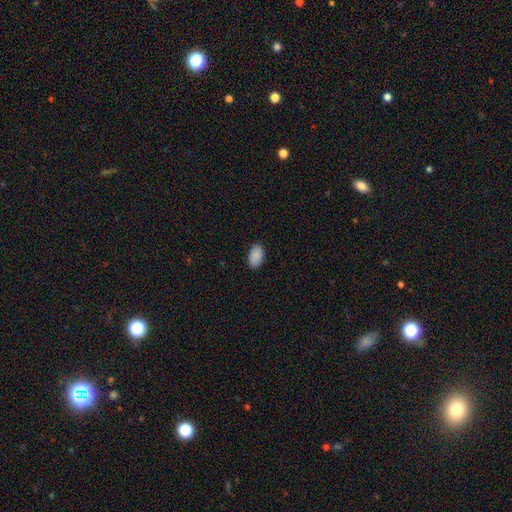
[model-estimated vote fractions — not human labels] Smooth or featured? smooth (89%)
How rounded? in between (93%)
Merging? none (88%)